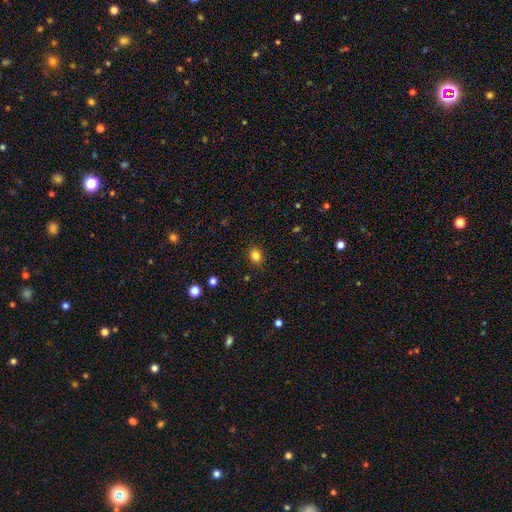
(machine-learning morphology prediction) smooth 83%, star or artifact 12%, featured or disk 5%. Down the decision tree: how rounded — round (61%); merging — none (89%).